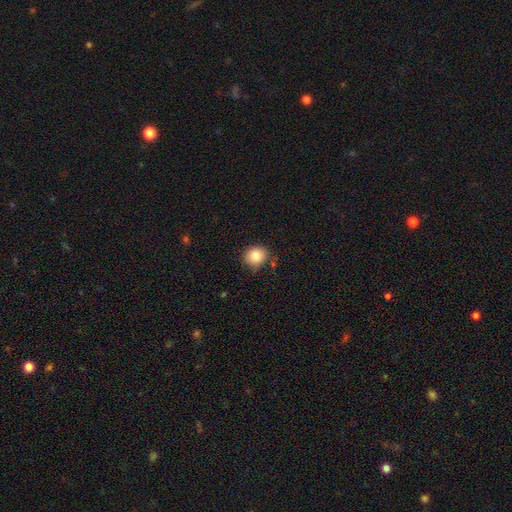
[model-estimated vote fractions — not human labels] This appears to be a smooth galaxy with no disk features (83%) that is round (79%). Merging: none (77%).